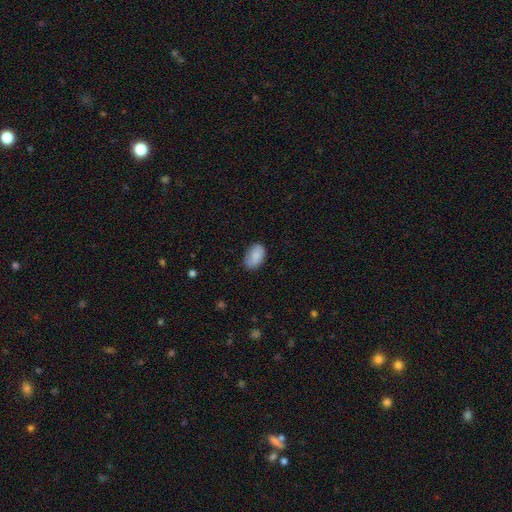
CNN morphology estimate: A smooth galaxy with no disk features (85%) that is in between round and cigar-shaped (92%). Merging: none (76%).